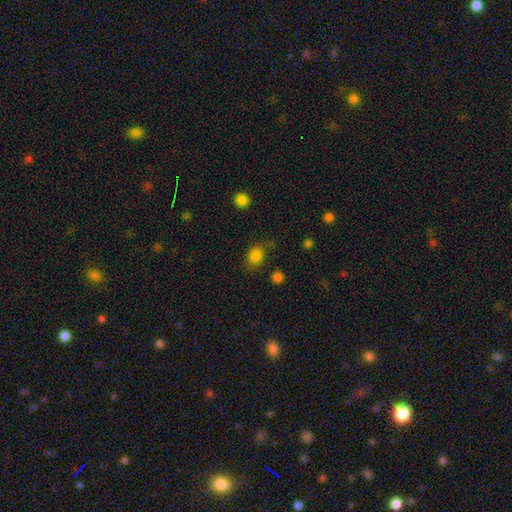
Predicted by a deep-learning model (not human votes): smooth 82%, star or artifact 13%, featured or disk 5%. Down the decision tree: how rounded — round (52%); merging — none (69%).